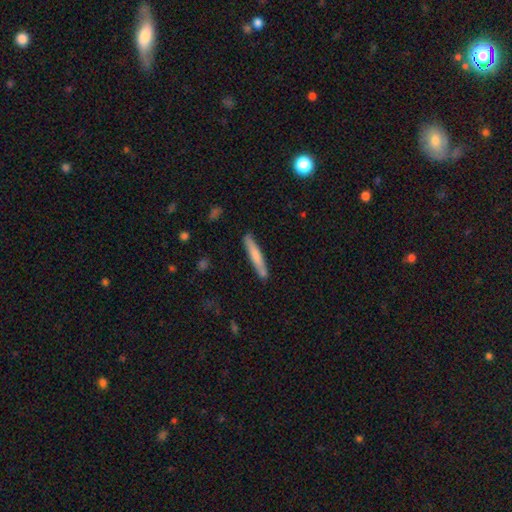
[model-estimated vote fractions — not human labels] Overall: smooth (69%). How rounded: cigar-shaped (94%). Merging: none (82%).